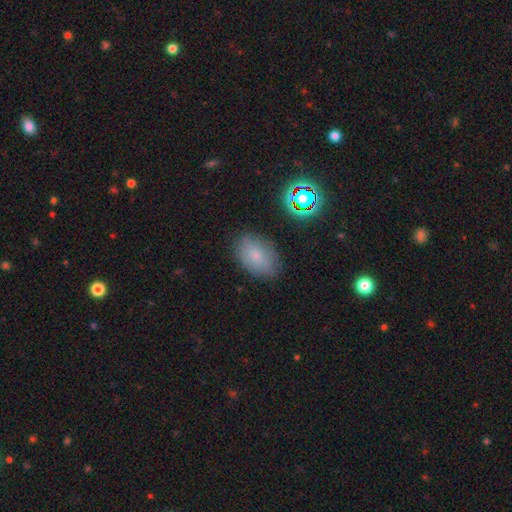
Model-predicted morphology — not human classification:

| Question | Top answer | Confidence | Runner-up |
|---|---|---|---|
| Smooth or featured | smooth | 74% | featured or disk (13%) |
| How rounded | in between | 87% | round (12%) |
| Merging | none | 79% | minor disturbance (16%) |